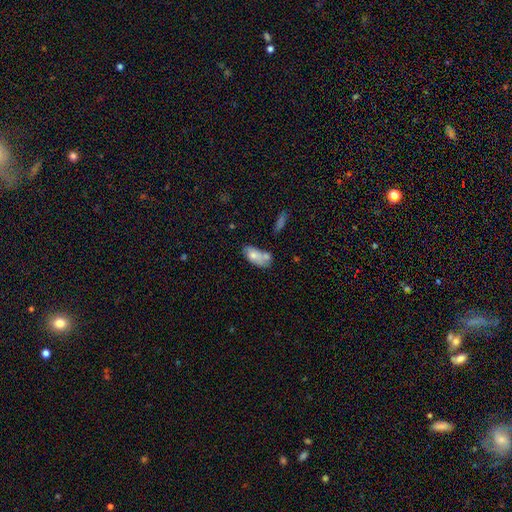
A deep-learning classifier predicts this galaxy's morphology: Smooth or featured?
  - smooth: 69% *
  - featured or disk: 24%
  - star or artifact: 7%
How rounded?
  - in between: 90% *
  - cigar-shaped: 5%
  - round: 4%
Merging?
  - none: 38% *
  - merger: 31%
  - minor disturbance: 21%
  - major disturbance: 9%